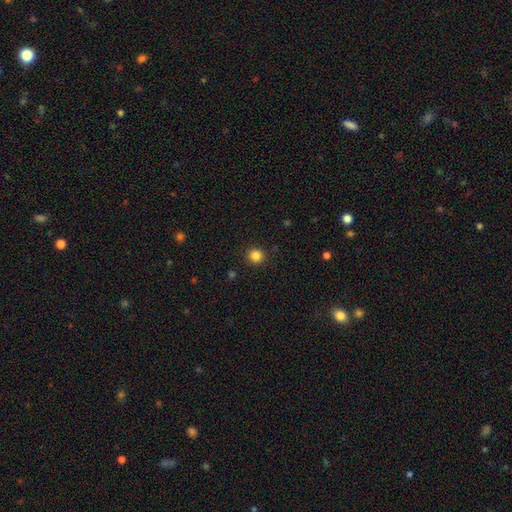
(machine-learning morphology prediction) A smooth galaxy with no disk features (84%) that is round (93%).

Vote fractions:
- Smooth or featured? smooth: 84% / star or artifact: 12% / featured or disk: 4%
- How rounded? round: 93% / in between: 6% / cigar-shaped: 1%
- Merging? none: 92% / minor disturbance: 5% / major disturbance: 2% / merger: 1%